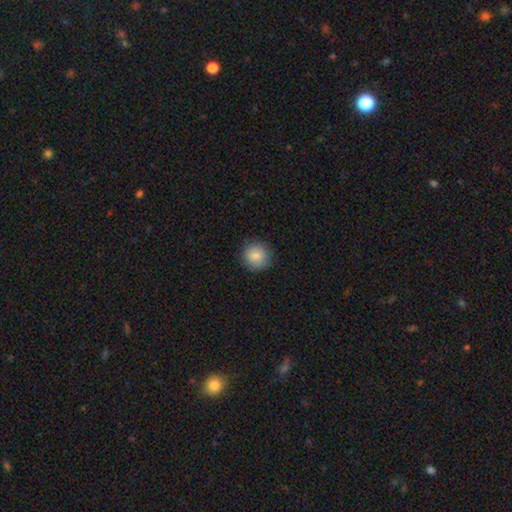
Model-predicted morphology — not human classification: smooth_or_featured: smooth (p=0.86) [alt: star or artifact p=0.08]
how_rounded: round (p=0.94) [alt: in between p=0.05]
merging: none (p=0.89) [alt: minor disturbance p=0.08]